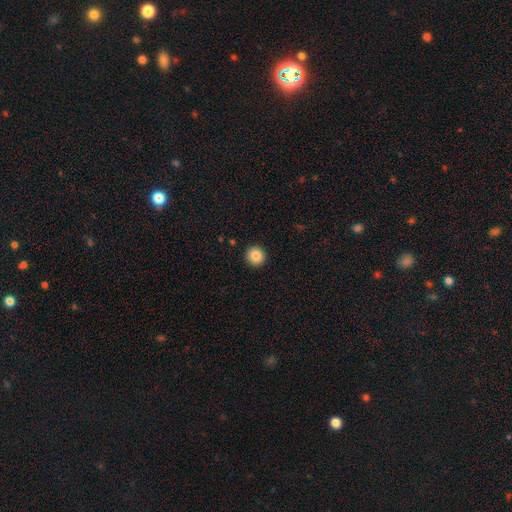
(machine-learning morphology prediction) smooth_or_featured: smooth (p=0.86) [alt: star or artifact p=0.09]
how_rounded: round (p=0.95) [alt: in between p=0.04]
merging: none (p=0.93) [alt: minor disturbance p=0.04]